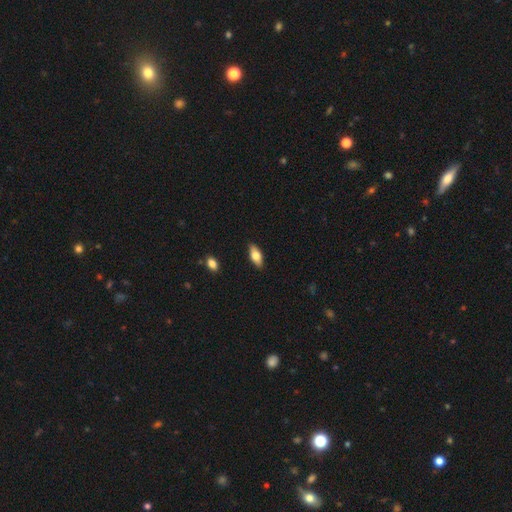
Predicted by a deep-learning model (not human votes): Smooth or featured? smooth (72%)
How rounded? in between (81%)
Merging? none (88%)